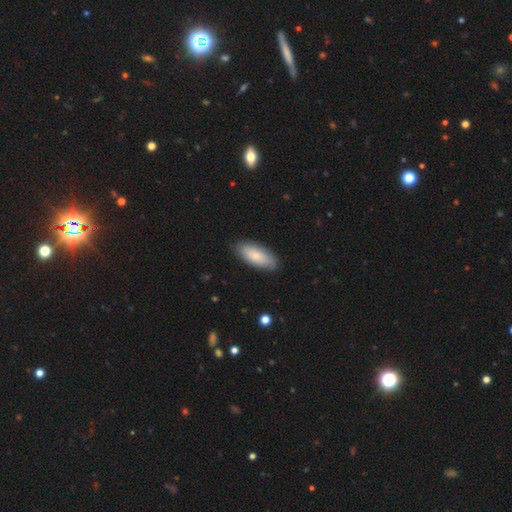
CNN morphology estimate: Smooth or featured: smooth — 81% (featured or disk — 13%)
How rounded: in between — 82% (cigar-shaped — 16%)
Merging: none — 85% (minor disturbance — 12%)